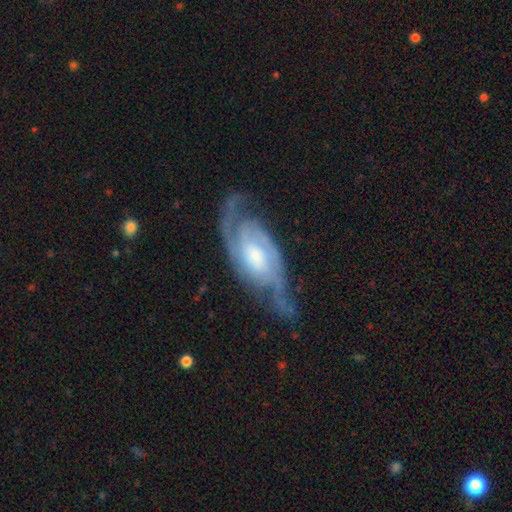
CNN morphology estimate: smooth_or_featured: featured or disk (p=0.89) [alt: smooth p=0.07]
disk_edge_on: no (p=0.94) [alt: yes p=0.06]
bar: no (p=0.57) [alt: weak p=0.34]
has_spiral_arms: yes (p=0.97) [alt: no p=0.03]
spiral_winding: medium (p=0.46) [alt: tight p=0.39]
spiral_arm_count: 2 (p=0.76) [alt: can't tell p=0.08]
bulge_size: moderate (p=0.45) [alt: large p=0.24]
merging: none (p=0.66) [alt: minor disturbance p=0.21]